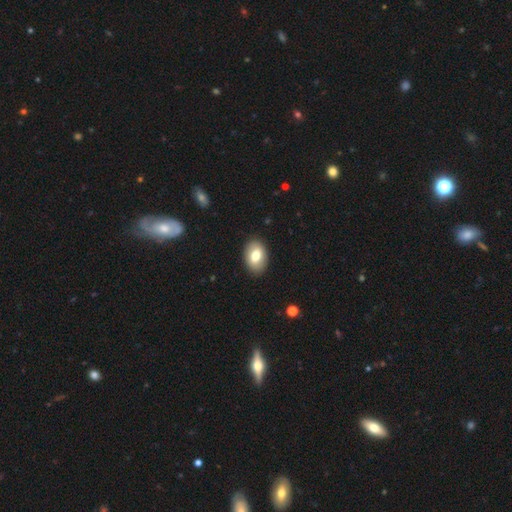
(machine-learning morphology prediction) This is likely a smooth galaxy (76%). How rounded: clearly in between (84%). Merging: clearly none (89%).